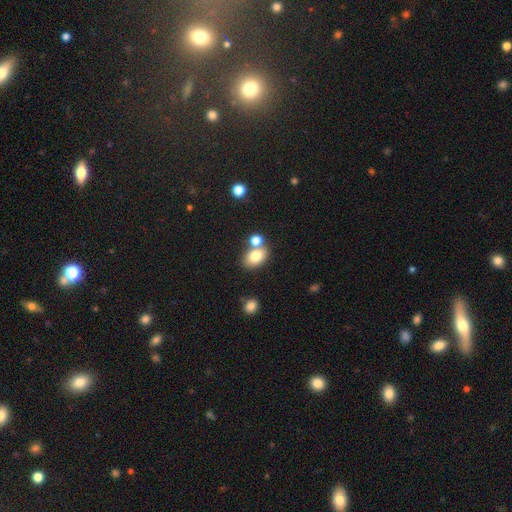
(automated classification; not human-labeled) This is likely a smooth galaxy (79%). How rounded: likely in between (75%). Merging: possibly none (57%).